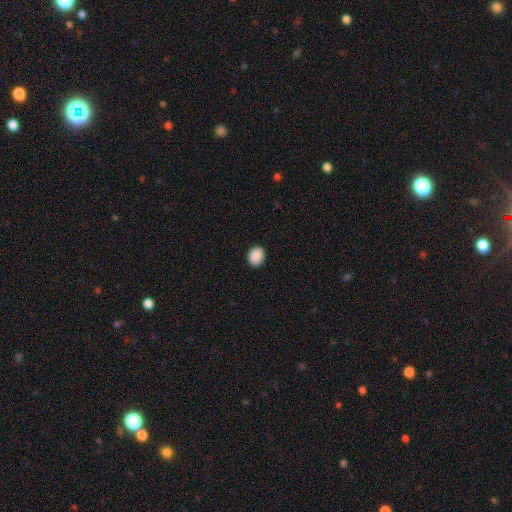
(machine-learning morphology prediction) A smooth galaxy with no disk features (90%) that is round (58%).

Vote fractions:
- Smooth or featured? smooth: 90% / star or artifact: 8% / featured or disk: 2%
- How rounded? round: 58% / in between: 41% / cigar-shaped: 1%
- Merging? none: 90% / minor disturbance: 7% / major disturbance: 2% / merger: 1%